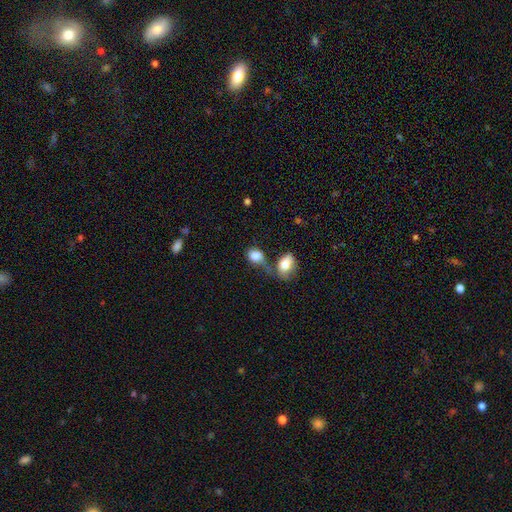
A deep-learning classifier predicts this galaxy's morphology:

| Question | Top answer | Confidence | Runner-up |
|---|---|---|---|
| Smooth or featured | smooth | 83% | featured or disk (9%) |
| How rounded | in between | 67% | round (31%) |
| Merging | merger | 38% | none (33%) |